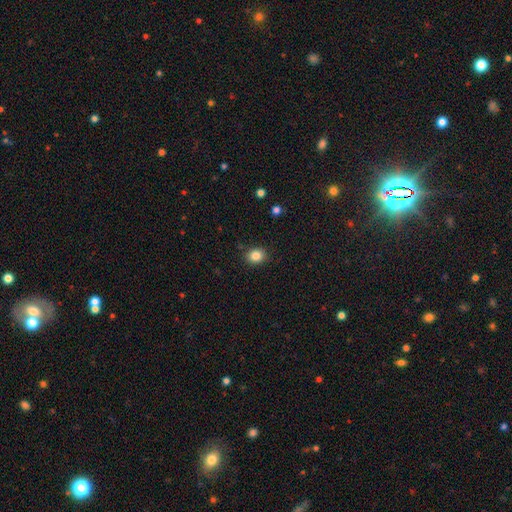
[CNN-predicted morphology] This is clearly a smooth galaxy (85%). How rounded: possibly round (58%). Merging: clearly none (89%).